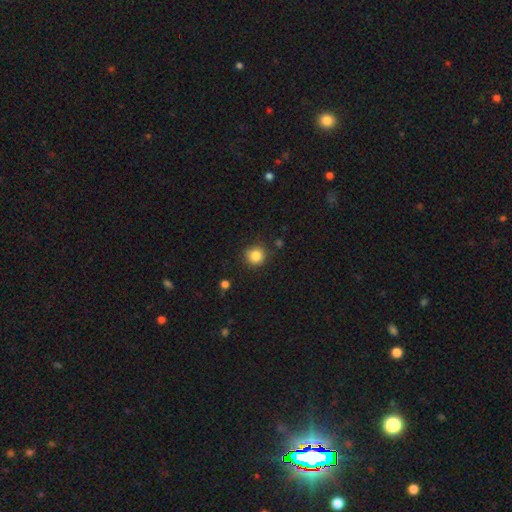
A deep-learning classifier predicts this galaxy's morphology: smooth_or_featured: smooth (p=0.85) [alt: star or artifact p=0.11]
how_rounded: round (p=0.93) [alt: in between p=0.06]
merging: none (p=0.87) [alt: minor disturbance p=0.09]